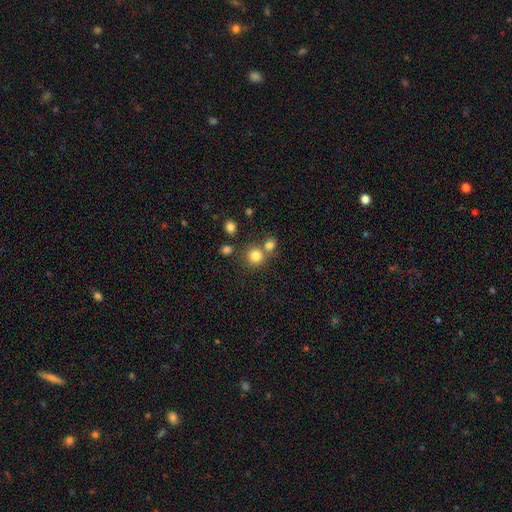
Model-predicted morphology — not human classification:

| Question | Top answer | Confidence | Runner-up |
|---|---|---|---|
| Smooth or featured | smooth | 80% | star or artifact (13%) |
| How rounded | round | 89% | in between (10%) |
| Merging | none | 61% | merger (28%) |